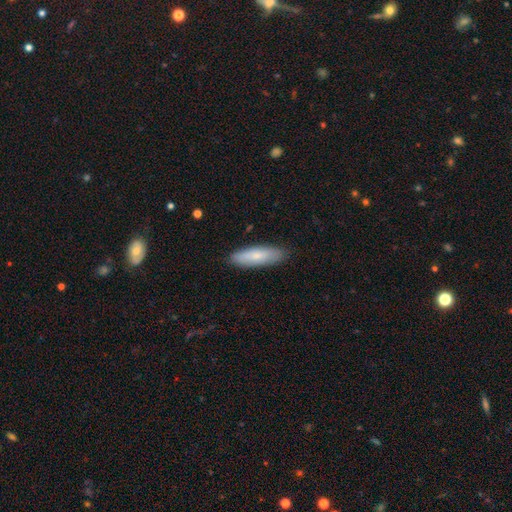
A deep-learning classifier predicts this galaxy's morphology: A smooth galaxy with no disk features (74%) that is cigar-shaped (56%).

Vote fractions:
- Smooth or featured? smooth: 74% / featured or disk: 20% / star or artifact: 6%
- How rounded? cigar-shaped: 56% / in between: 43% / round: 2%
- Merging? none: 87% / minor disturbance: 10% / major disturbance: 2% / merger: 1%